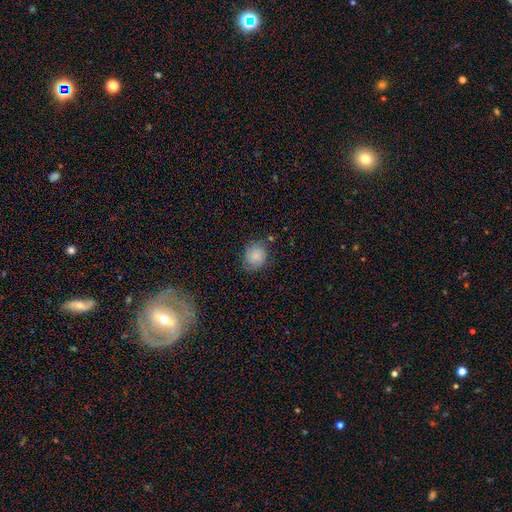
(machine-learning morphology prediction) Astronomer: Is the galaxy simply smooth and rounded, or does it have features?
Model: smooth — 76%.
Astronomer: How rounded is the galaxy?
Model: round — 73%.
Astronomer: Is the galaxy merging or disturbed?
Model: none — 66%.